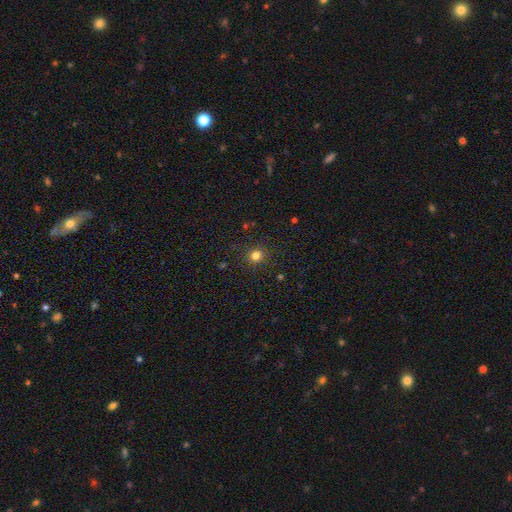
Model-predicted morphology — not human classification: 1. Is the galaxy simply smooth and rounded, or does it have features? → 80% smooth, 15% star or artifact, 5% featured or disk.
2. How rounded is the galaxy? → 90% round, 9% in between, 1% cigar-shaped.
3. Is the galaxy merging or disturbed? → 90% none, 7% minor disturbance, 2% major disturbance, 1% merger.